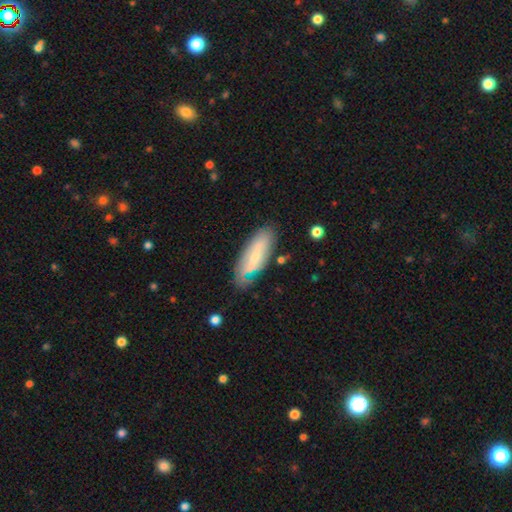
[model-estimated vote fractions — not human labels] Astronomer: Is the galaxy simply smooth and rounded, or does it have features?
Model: featured or disk — 49% (runner-up: smooth, 44%).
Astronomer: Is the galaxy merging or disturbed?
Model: none — 69%.